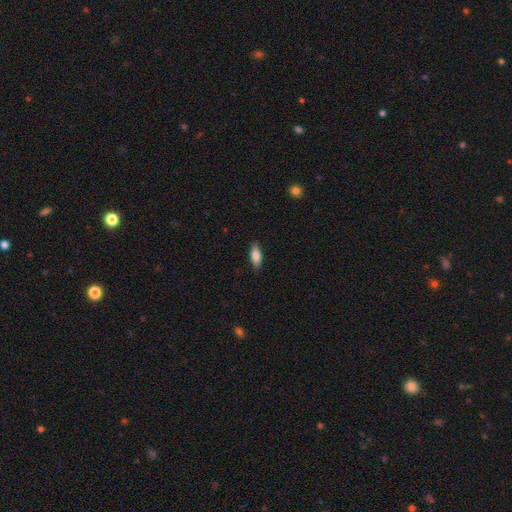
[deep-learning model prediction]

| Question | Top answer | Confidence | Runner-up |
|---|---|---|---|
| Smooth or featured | smooth | 82% | featured or disk (12%) |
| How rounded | in between | 70% | cigar-shaped (28%) |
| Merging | none | 88% | minor disturbance (9%) |